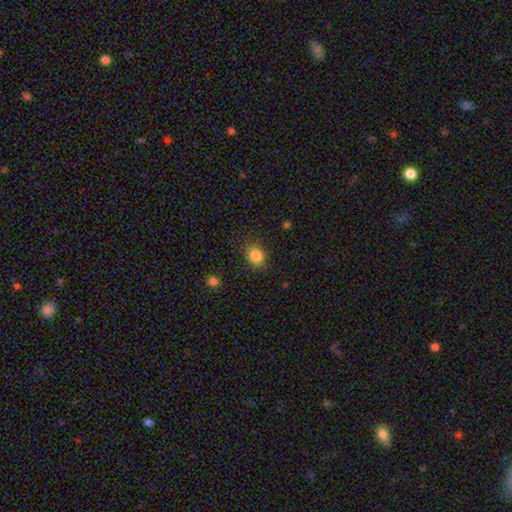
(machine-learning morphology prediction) The model was most divided on "how rounded": round: 63%, in between: 36%, cigar-shaped: 1%. More confident: smooth or featured — smooth (85%); merging — none (85%).